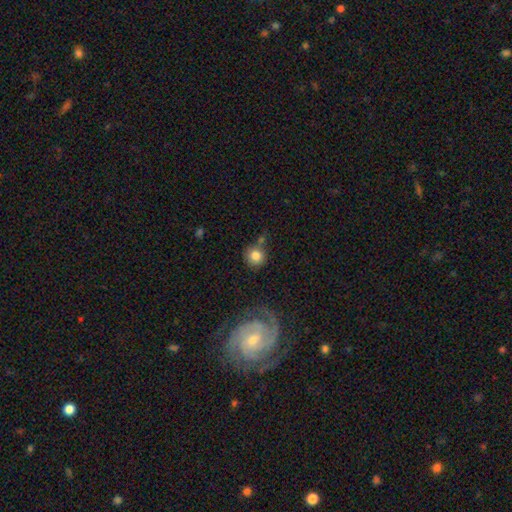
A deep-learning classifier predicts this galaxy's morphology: This appears to be a smooth galaxy with no disk features (82%) that is round (92%). Merging: none (67%).